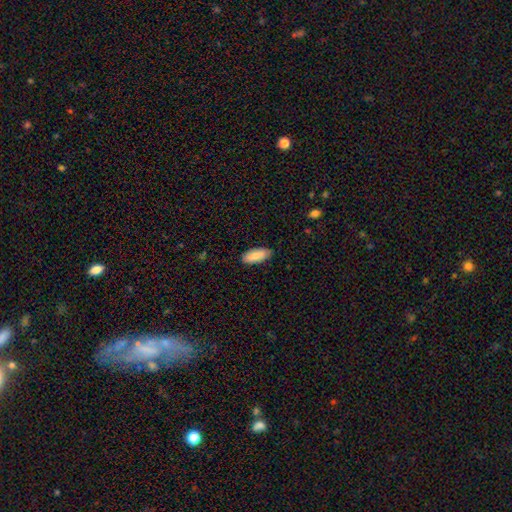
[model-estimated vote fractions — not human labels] This appears to be a smooth galaxy with no disk features (86%) that is in between round and cigar-shaped (83%). Merging: none (85%).